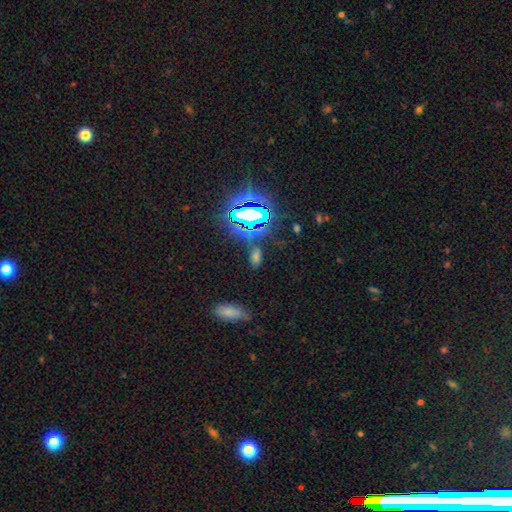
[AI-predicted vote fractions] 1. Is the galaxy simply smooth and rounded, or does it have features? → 47% star or artifact, 43% smooth, 10% featured or disk.